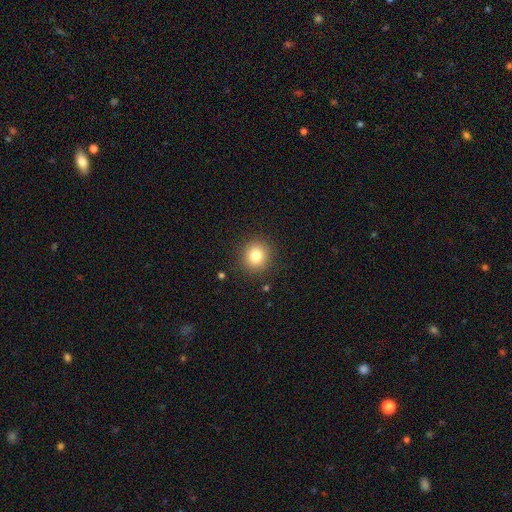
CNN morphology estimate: A smooth galaxy with no disk features (81%) that is round (88%).

Vote fractions:
- Smooth or featured? smooth: 81% / star or artifact: 11% / featured or disk: 7%
- How rounded? round: 88% / in between: 11% / cigar-shaped: 1%
- Merging? none: 89% / minor disturbance: 7% / major disturbance: 2% / merger: 1%